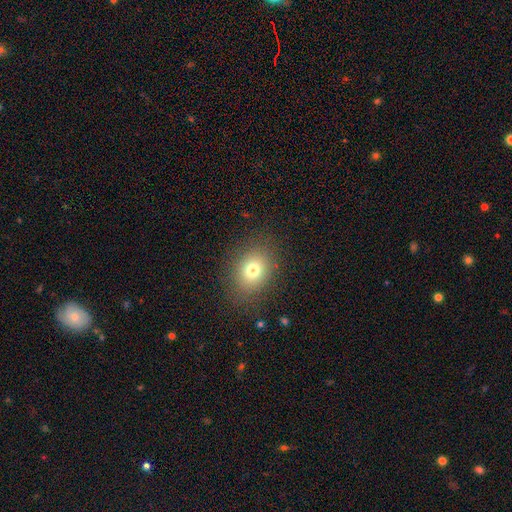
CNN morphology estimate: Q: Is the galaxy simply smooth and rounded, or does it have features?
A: smooth — 75%.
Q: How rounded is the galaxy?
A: in between — 54%.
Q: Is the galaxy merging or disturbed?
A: none — 90%.